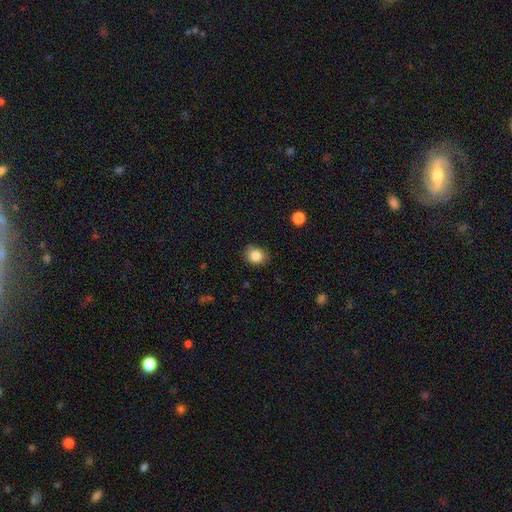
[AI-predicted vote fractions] A smooth galaxy with no disk features (84%) that is round (65%).

Vote fractions:
- Smooth or featured? smooth: 84% / star or artifact: 10% / featured or disk: 6%
- How rounded? round: 65% / in between: 35% / cigar-shaped: 1%
- Merging? none: 83% / minor disturbance: 13% / major disturbance: 2% / merger: 1%